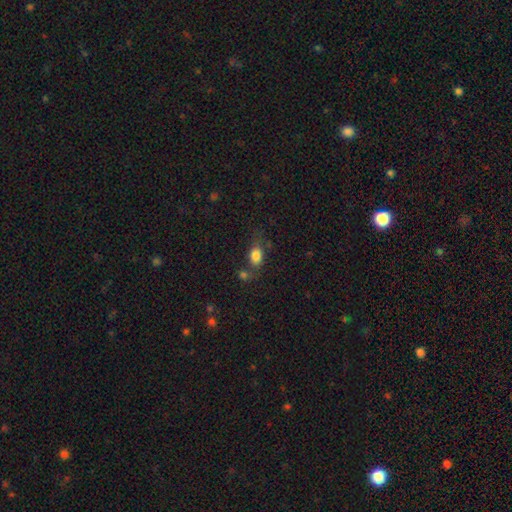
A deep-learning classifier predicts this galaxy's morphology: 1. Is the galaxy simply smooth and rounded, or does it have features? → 82% smooth, 10% star or artifact, 8% featured or disk.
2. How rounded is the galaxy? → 75% in between, 22% round, 2% cigar-shaped.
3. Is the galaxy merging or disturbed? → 55% none, 20% minor disturbance, 16% merger, 9% major disturbance.